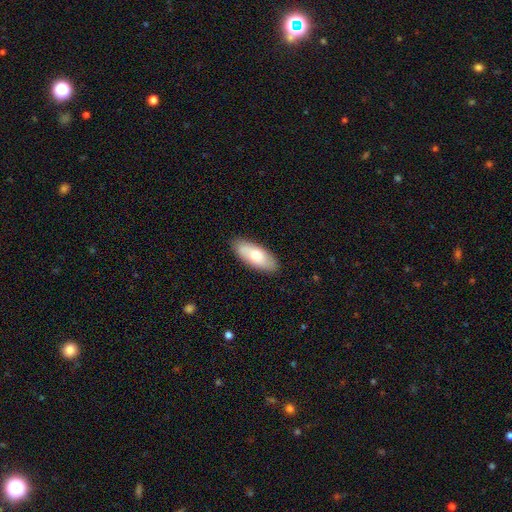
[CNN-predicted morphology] Q: Smooth or featured?
A: smooth (68%); runner-up: featured or disk (26%)
Q: How rounded?
A: in between (82%); runner-up: cigar-shaped (16%)
Q: Merging?
A: none (86%); runner-up: minor disturbance (11%)